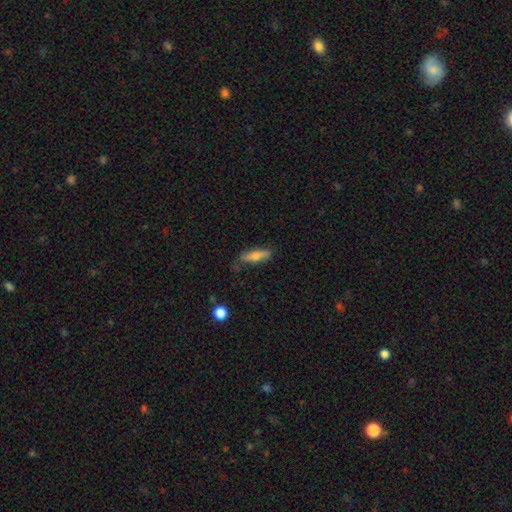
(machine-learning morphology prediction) Smooth or featured? smooth (65%)
How rounded? cigar-shaped (69%)
Merging? none (73%)